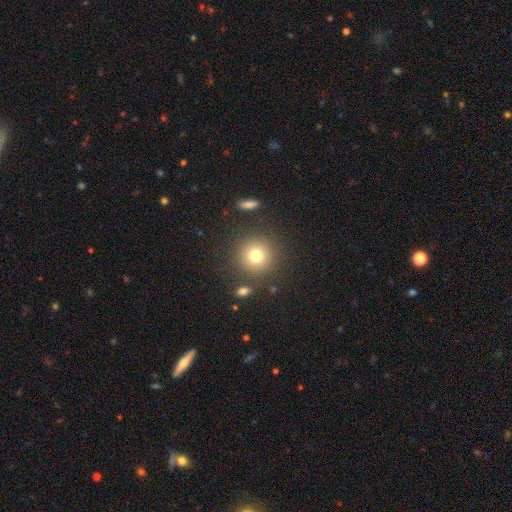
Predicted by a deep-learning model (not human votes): A smooth galaxy with no disk features (77%) that is round (94%). Merging: none (86%).